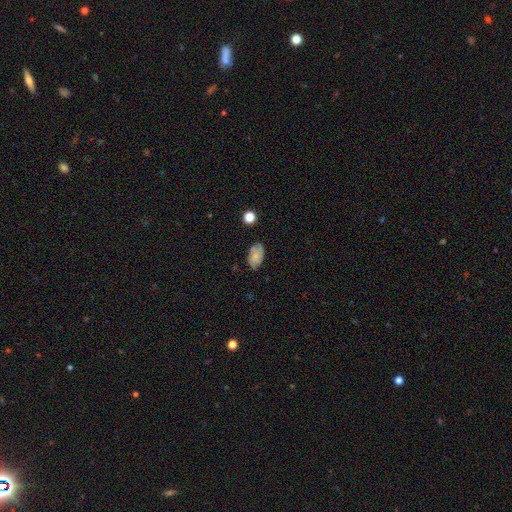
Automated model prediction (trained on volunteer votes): A smooth galaxy with no disk features (66%) that is in between round and cigar-shaped (91%).

Vote fractions:
- Smooth or featured? smooth: 66% / featured or disk: 24% / star or artifact: 10%
- How rounded? in between: 91% / round: 7% / cigar-shaped: 2%
- Merging? none: 72% / minor disturbance: 20% / major disturbance: 5% / merger: 3%